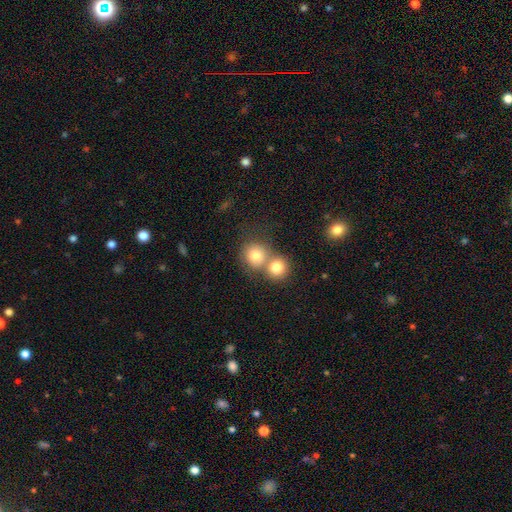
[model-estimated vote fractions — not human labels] Smooth or featured? smooth (80%)
How rounded? round (84%)
Merging? merger (56%)